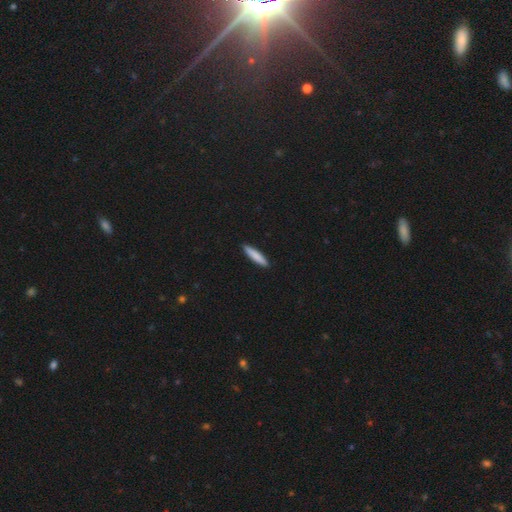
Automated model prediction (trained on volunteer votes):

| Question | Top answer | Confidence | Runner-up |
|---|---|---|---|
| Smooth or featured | smooth | 84% | featured or disk (11%) |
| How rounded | cigar-shaped | 88% | in between (10%) |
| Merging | none | 92% | minor disturbance (6%) |